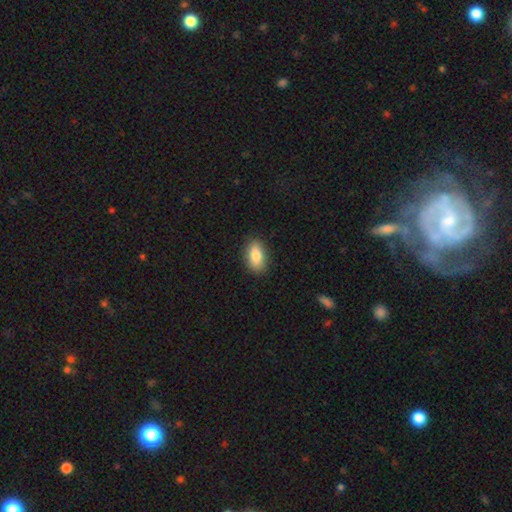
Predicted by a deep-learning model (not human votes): smooth-or-featured: smooth: 82% | featured or disk: 11% | star or artifact: 7%
  how-rounded: in between: 89% | round: 7% | cigar-shaped: 5%
  merging: none: 87% | minor disturbance: 10% | major disturbance: 2% | merger: 1%